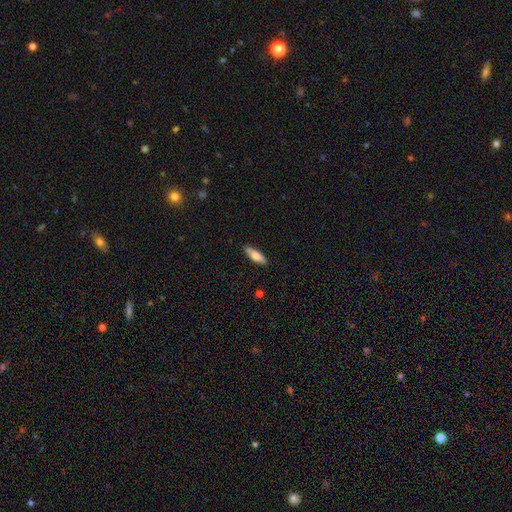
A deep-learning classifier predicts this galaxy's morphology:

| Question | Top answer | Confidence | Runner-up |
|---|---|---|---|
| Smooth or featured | smooth | 75% | featured or disk (19%) |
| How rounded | in between | 54% | cigar-shaped (44%) |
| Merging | none | 86% | minor disturbance (11%) |